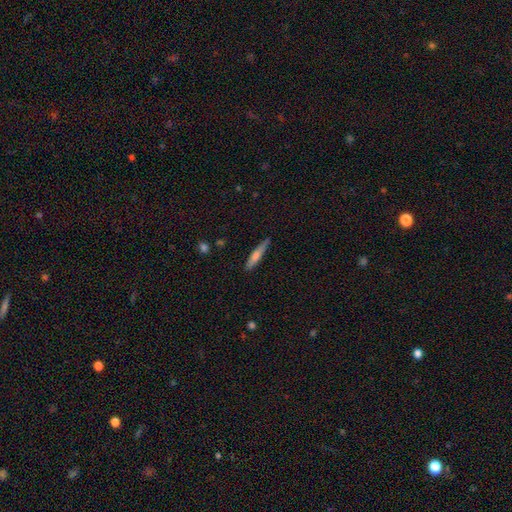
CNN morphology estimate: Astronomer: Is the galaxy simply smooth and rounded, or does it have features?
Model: smooth — 58% (runner-up: featured or disk, 36%).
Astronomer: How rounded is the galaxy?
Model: cigar-shaped — 91%.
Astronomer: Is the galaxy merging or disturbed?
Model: none — 85%.